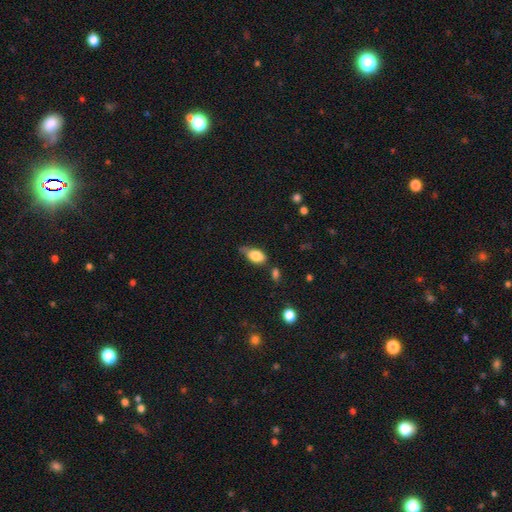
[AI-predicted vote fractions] A smooth galaxy with no disk features (81%) that is in between round and cigar-shaped (89%).

Vote fractions:
- Smooth or featured? smooth: 81% / featured or disk: 11% / star or artifact: 8%
- How rounded? in between: 89% / round: 6% / cigar-shaped: 4%
- Merging? none: 44% / minor disturbance: 39% / major disturbance: 10% / merger: 7%